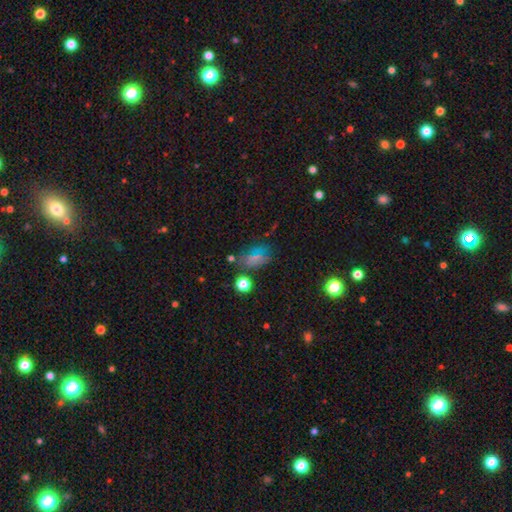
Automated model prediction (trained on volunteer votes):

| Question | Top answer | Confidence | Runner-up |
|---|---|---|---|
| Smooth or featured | smooth | 54% | star or artifact (31%) |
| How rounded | in between | 75% | round (21%) |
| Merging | none | 64% | minor disturbance (19%) |